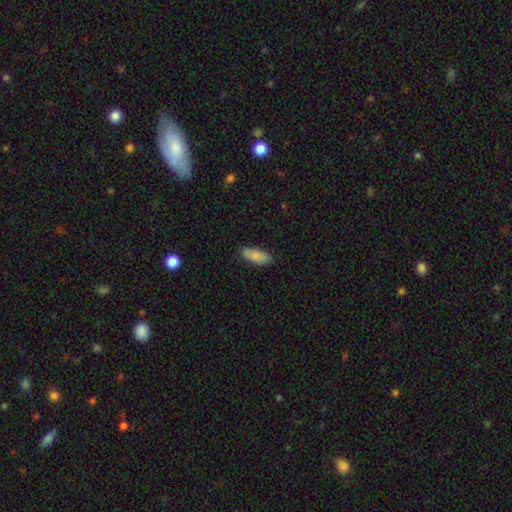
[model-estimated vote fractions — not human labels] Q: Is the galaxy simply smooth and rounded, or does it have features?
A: smooth — 84%.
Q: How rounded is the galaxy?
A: in between — 79%.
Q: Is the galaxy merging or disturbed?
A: none — 83%.